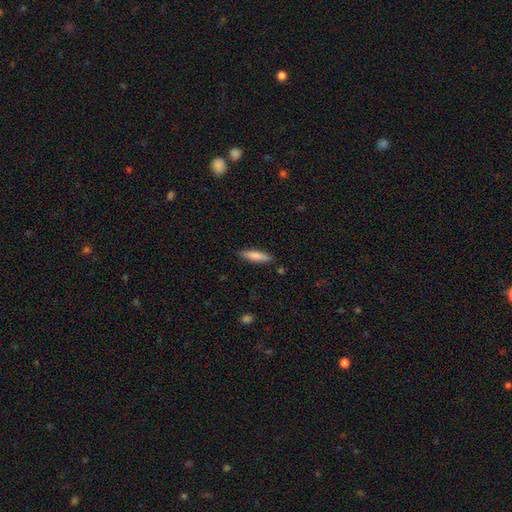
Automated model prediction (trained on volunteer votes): smooth-or-featured: smooth: 77% | featured or disk: 17% | star or artifact: 6%
  how-rounded: cigar-shaped: 74% | in between: 25% | round: 2%
  merging: none: 85% | minor disturbance: 11% | major disturbance: 2% | merger: 2%